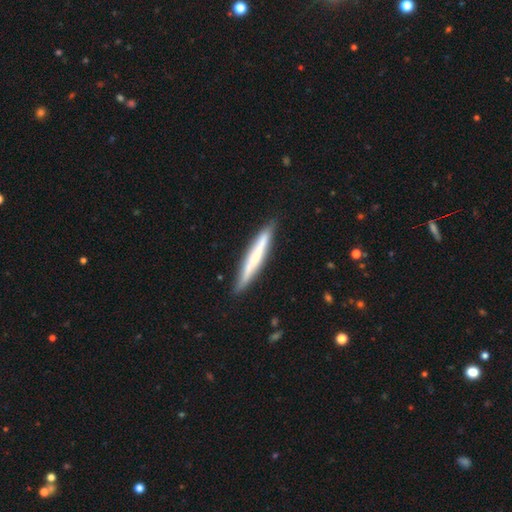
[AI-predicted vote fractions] Overall: smooth (51%; featured or disk 43%). How rounded: cigar-shaped (95%). Merging: none (87%).